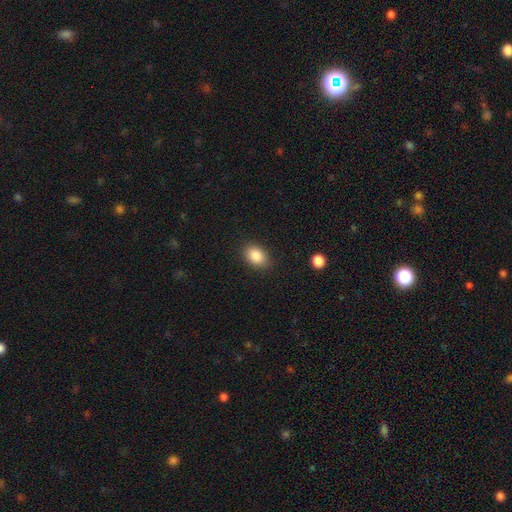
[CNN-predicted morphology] The model was most divided on "how rounded": in between: 76%, round: 23%, cigar-shaped: 1%. More confident: merging — none (87%); smooth or featured — smooth (87%).